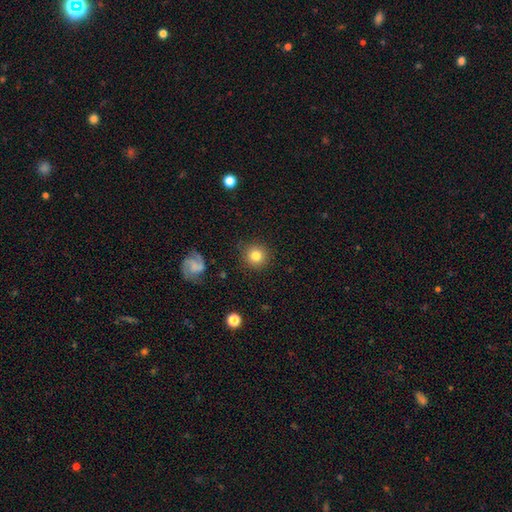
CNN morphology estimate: The model was most divided on "smooth or featured": smooth: 80%, star or artifact: 10%, featured or disk: 10%. More confident: how rounded — round (94%); merging — none (88%).